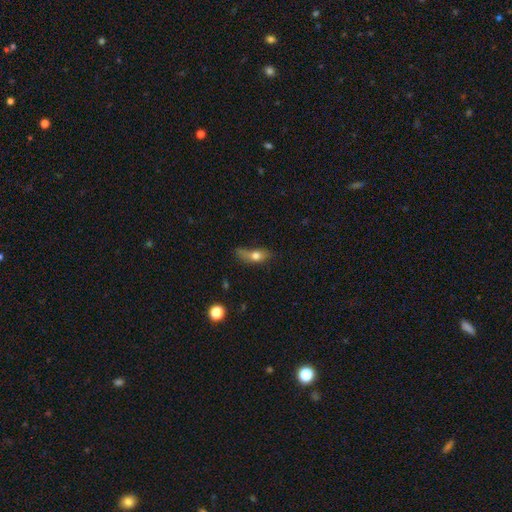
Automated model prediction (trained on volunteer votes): smooth_or_featured: smooth (p=0.68) [alt: featured or disk p=0.21]
how_rounded: in between (p=0.63) [alt: cigar-shaped p=0.23]
merging: none (p=0.40) [alt: minor disturbance p=0.32]